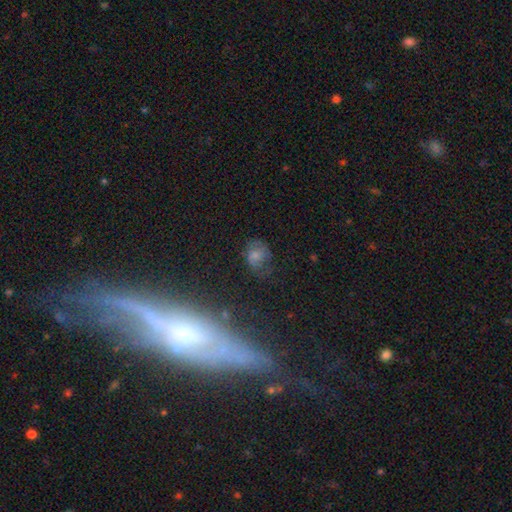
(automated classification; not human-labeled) The model was most divided on "how rounded": round: 50%, in between: 48%, cigar-shaped: 1%. Remaining: smooth or featured — smooth (58%); merging — none (49%).